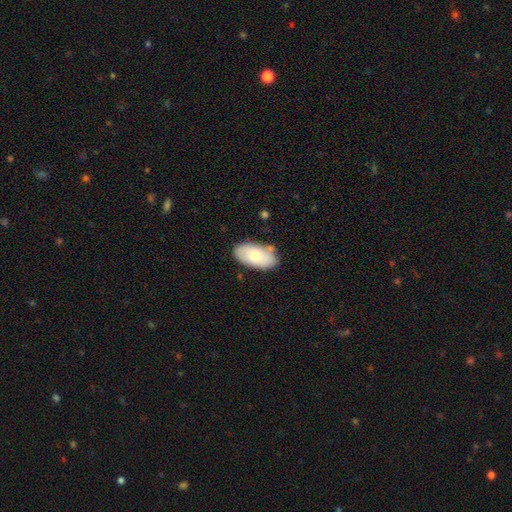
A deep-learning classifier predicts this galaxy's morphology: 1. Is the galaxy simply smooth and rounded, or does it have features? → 74% smooth, 20% featured or disk, 6% star or artifact.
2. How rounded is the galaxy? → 95% in between, 3% round, 2% cigar-shaped.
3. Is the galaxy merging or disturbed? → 76% none, 16% minor disturbance, 5% merger, 3% major disturbance.